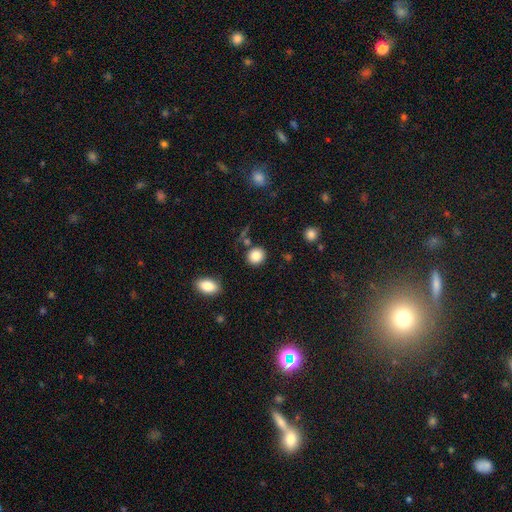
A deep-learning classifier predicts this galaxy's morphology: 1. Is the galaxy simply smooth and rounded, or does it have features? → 86% smooth, 9% star or artifact, 5% featured or disk.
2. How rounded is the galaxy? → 81% round, 18% in between, 1% cigar-shaped.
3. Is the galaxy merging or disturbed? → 85% none, 8% minor disturbance, 5% merger, 3% major disturbance.